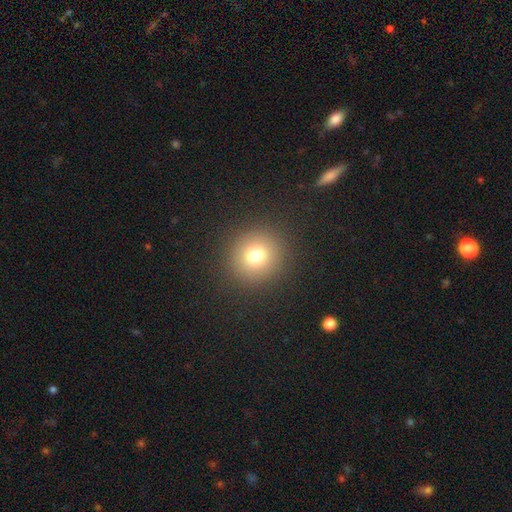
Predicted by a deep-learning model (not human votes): Smooth or featured?
  - smooth: 75% *
  - star or artifact: 16%
  - featured or disk: 9%
How rounded?
  - round: 92% *
  - in between: 7%
  - cigar-shaped: 1%
Merging?
  - none: 90% *
  - minor disturbance: 5%
  - major disturbance: 3%
  - merger: 1%